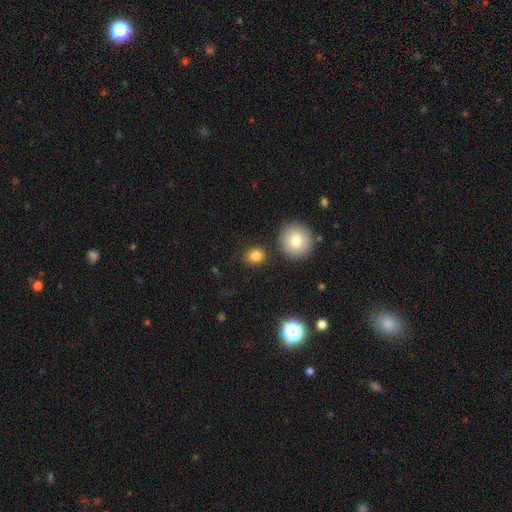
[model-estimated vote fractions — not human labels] A smooth galaxy with no disk features (83%) that is round (72%).

Vote fractions:
- Smooth or featured? smooth: 83% / star or artifact: 11% / featured or disk: 6%
- How rounded? round: 72% / in between: 27% / cigar-shaped: 1%
- Merging? none: 83% / minor disturbance: 9% / merger: 5% / major disturbance: 3%